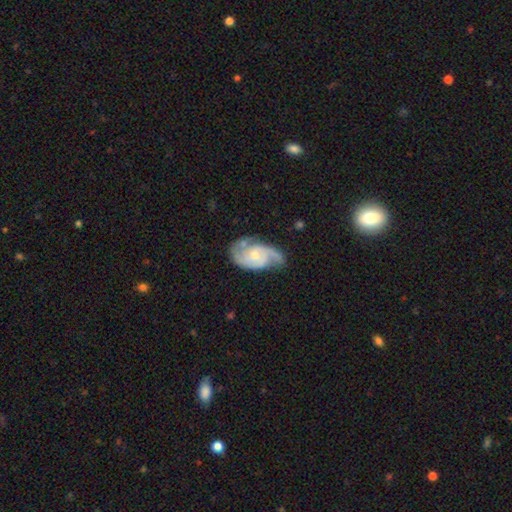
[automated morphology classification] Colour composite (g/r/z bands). It shows a featured or disk galaxy (85%) with no bar (66%), 2 (74%) medium (47%) spiral arms (96%) and a small central bulge (51%). Merging: none (63%).